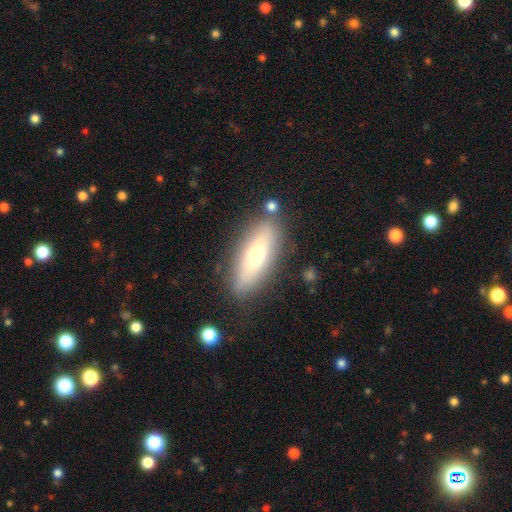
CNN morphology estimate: Smooth or featured?
  - smooth: 63% *
  - featured or disk: 29%
  - star or artifact: 7%
How rounded?
  - in between: 63% *
  - cigar-shaped: 34%
  - round: 3%
Merging?
  - none: 80% *
  - minor disturbance: 12%
  - merger: 4%
  - major disturbance: 4%